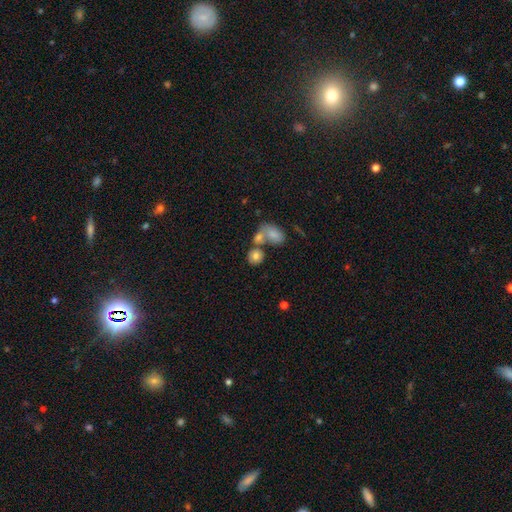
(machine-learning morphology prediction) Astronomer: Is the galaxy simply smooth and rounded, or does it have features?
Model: smooth — 78%.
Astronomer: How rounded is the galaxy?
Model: round — 74%.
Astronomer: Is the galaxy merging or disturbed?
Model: none — 49% (runner-up: merger, 36%).